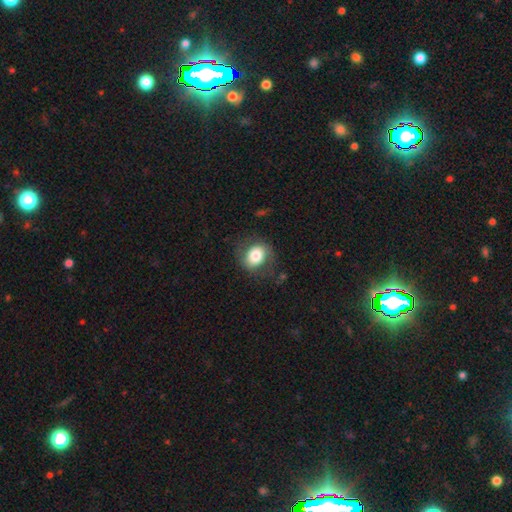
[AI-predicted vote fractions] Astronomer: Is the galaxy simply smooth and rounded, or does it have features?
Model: smooth — 69%.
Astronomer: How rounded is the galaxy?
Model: round — 57% (runner-up: in between, 42%).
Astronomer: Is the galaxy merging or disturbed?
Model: none — 69%.